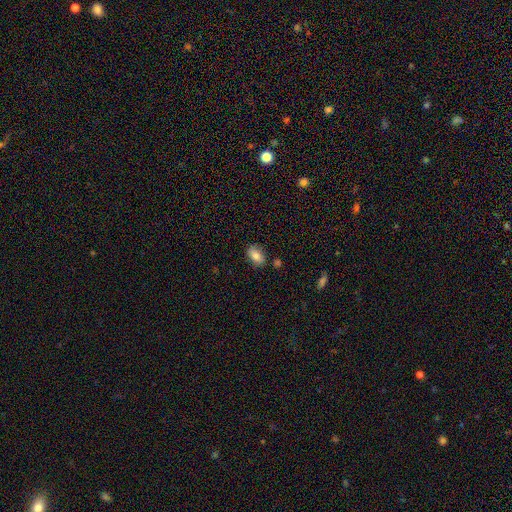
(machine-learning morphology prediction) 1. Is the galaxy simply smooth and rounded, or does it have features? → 81% smooth, 11% featured or disk, 8% star or artifact.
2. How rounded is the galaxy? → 90% in between, 8% round, 2% cigar-shaped.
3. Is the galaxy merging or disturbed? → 80% none, 13% minor disturbance, 4% merger, 3% major disturbance.